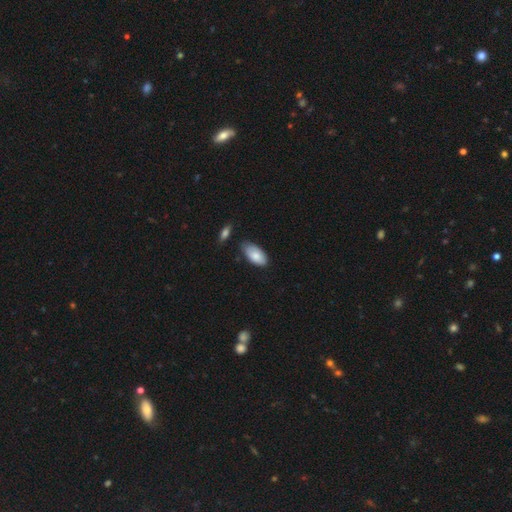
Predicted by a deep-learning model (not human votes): smooth-or-featured: smooth: 83% | featured or disk: 10% | star or artifact: 6%
  how-rounded: in between: 94% | cigar-shaped: 4% | round: 2%
  merging: none: 68% | minor disturbance: 25% | major disturbance: 4% | merger: 4%